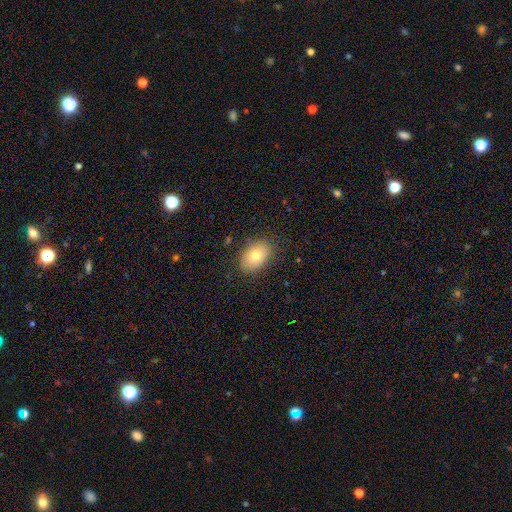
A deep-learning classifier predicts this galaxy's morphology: A smooth galaxy with no disk features (74%) that is in between round and cigar-shaped (84%). Merging: none (84%).